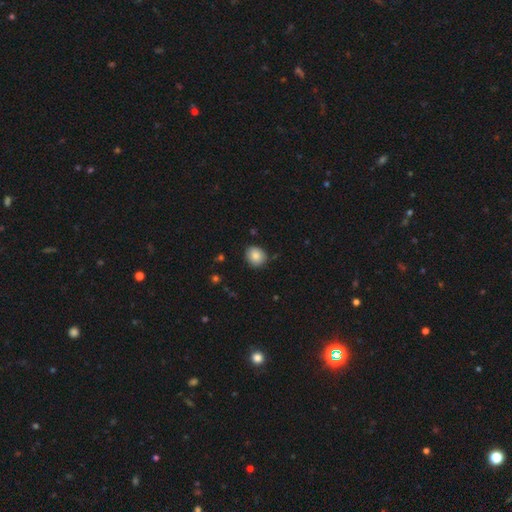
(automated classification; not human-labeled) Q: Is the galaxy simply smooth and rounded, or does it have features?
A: smooth — 86%.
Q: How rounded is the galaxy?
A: round — 74%.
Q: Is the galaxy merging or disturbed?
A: none — 84%.